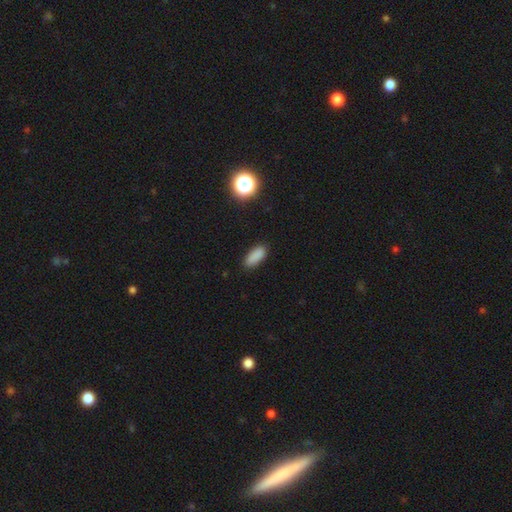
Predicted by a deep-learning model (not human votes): The model was most divided on "how rounded": in between: 78%, cigar-shaped: 19%, round: 3%. More confident: merging — none (86%); smooth or featured — smooth (86%).